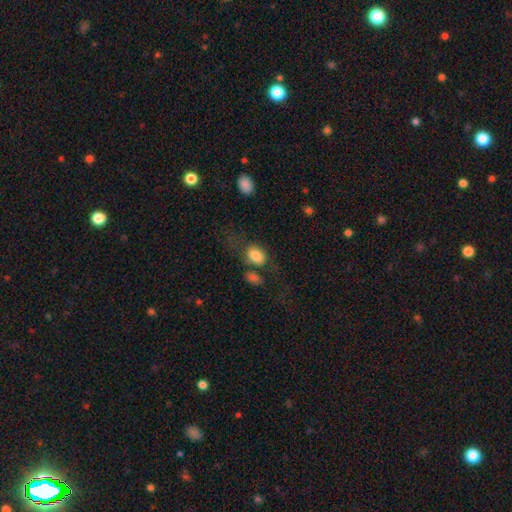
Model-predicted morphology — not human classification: type=smooth (82%); roundness=in between (76%); merging=none (51%).